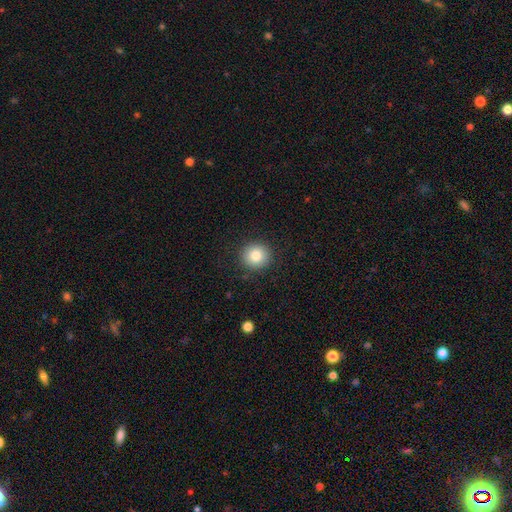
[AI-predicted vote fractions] Q: Smooth or featured?
A: smooth (82%); runner-up: star or artifact (10%)
Q: How rounded?
A: round (92%); runner-up: in between (7%)
Q: Merging?
A: none (90%); runner-up: minor disturbance (6%)